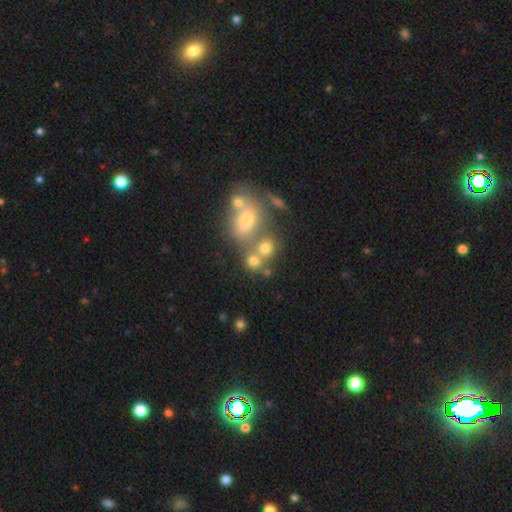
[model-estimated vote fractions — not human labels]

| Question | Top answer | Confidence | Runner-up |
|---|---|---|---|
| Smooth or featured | smooth | 66% | star or artifact (17%) |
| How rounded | round | 68% | in between (30%) |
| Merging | none | 44% | merger (40%) |